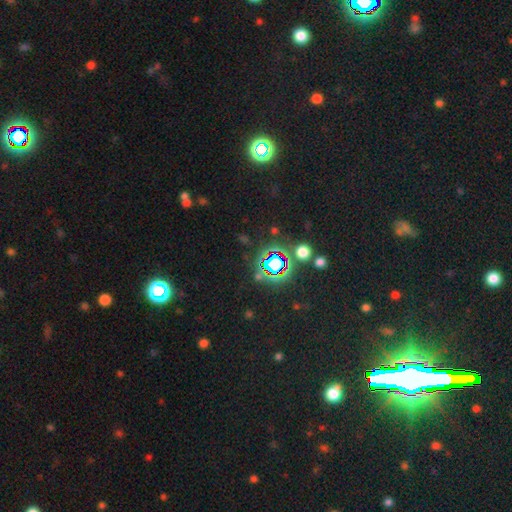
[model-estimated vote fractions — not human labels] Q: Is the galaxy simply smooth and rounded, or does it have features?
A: star or artifact — 78%.